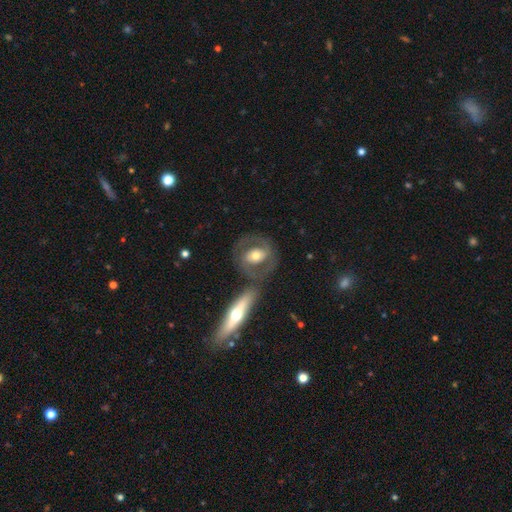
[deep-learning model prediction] Overall: featured or disk (65%; smooth 29%). Edge-on disk: no (92%). Bar: no (51%; weak 29%). Spiral arms: yes (63%; no 37%). Bulge size: moderate (70%). Merging: none (64%).